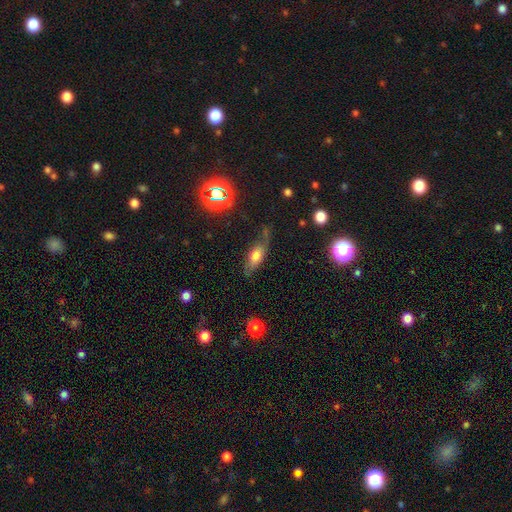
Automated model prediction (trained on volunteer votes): Morphology: type=smooth (47%); merging=none (57%).